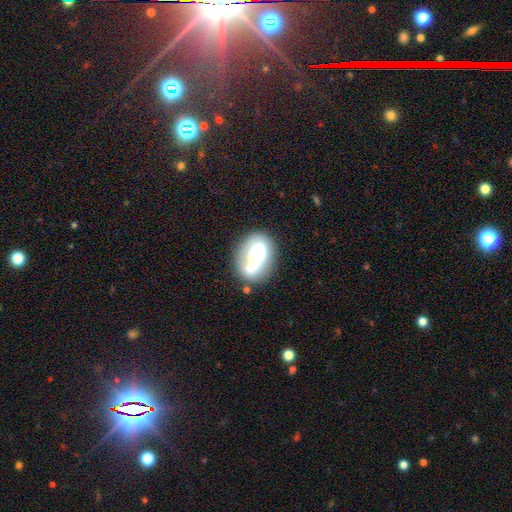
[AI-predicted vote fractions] Smooth or featured? Predicted: featured or disk (p=0.68). Edge-on disk? Predicted: no (p=0.96). Bar? Predicted: strong (p=0.46). Spiral arms? Predicted: yes (p=0.81). Spiral winding? Predicted: loose (p=0.61). Spiral arm count? Predicted: 2 (p=0.79). Bulge size? Predicted: moderate (p=0.35). Merging? Predicted: none (p=0.66).